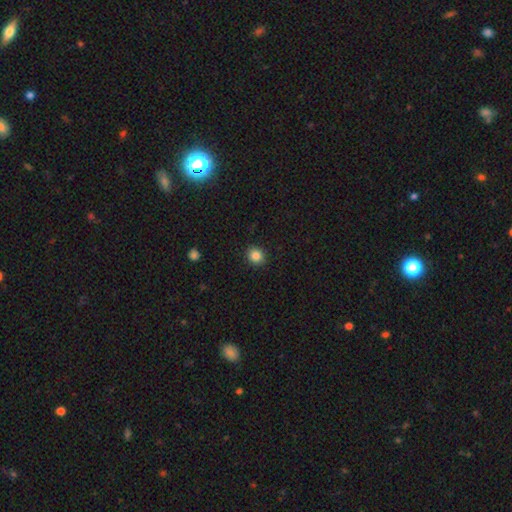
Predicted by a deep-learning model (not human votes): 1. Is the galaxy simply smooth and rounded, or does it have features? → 85% smooth, 11% star or artifact, 5% featured or disk.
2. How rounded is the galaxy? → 82% round, 17% in between, 1% cigar-shaped.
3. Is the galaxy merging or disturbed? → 92% none, 6% minor disturbance, 2% major disturbance, 1% merger.